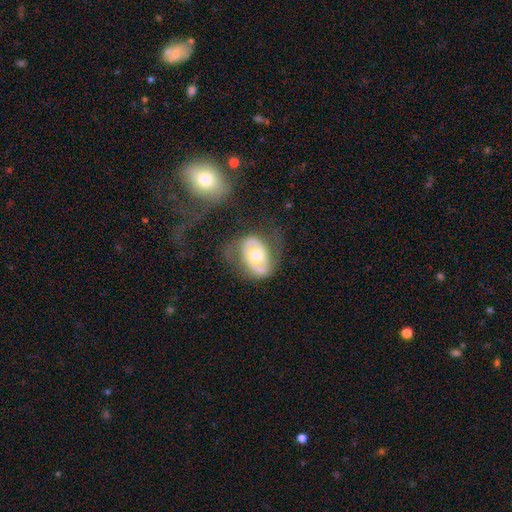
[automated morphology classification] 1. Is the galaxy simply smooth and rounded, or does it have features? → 68% featured or disk, 26% smooth, 6% star or artifact.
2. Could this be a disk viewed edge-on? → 95% no, 5% yes.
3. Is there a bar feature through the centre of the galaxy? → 69% no, 23% weak, 8% strong.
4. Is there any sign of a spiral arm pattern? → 64% yes, 36% no.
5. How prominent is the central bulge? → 73% moderate, 14% large, 10% small, 1% dominant, 1% none.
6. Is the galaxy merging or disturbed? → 54% none, 23% minor disturbance, 19% major disturbance, 4% merger.